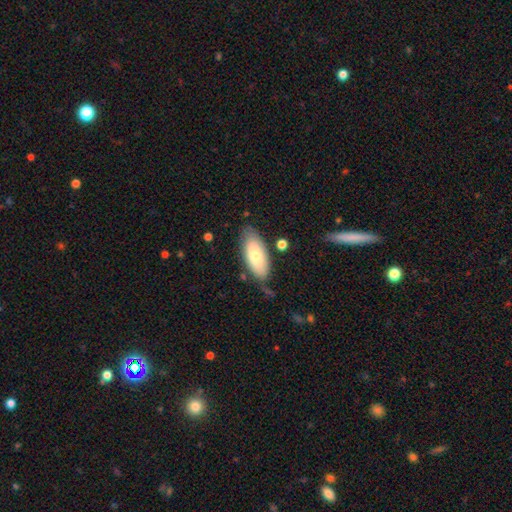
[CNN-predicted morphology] A smooth galaxy with no disk features (74%) that is in between round and cigar-shaped (88%). Merging: none (71%).